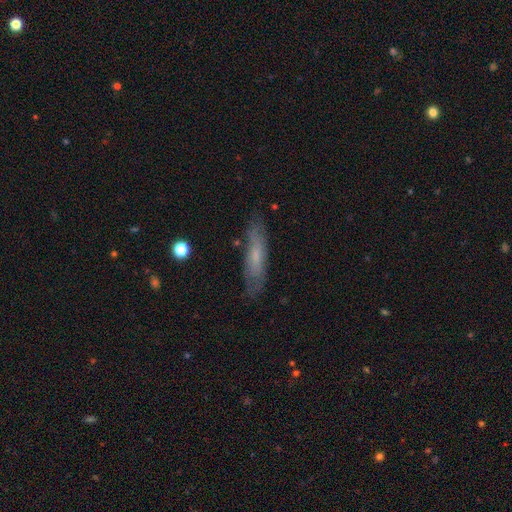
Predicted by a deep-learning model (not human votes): Morphology: type=smooth (51%); roundness=cigar-shaped (76%); merging=none (79%).